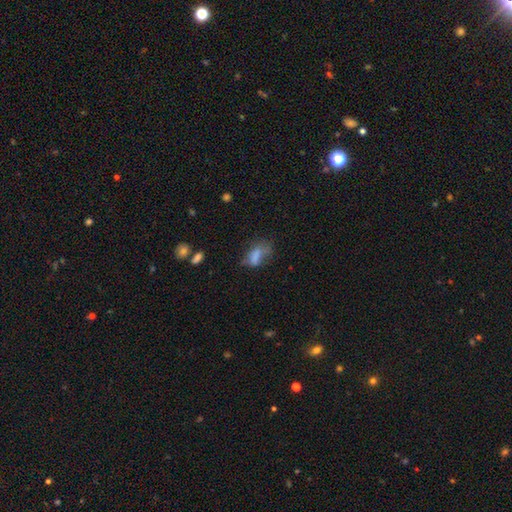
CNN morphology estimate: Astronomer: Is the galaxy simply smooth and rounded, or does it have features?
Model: smooth — 68%.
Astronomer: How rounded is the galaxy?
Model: in between — 84%.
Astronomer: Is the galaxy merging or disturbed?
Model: none — 32% (runner-up: major disturbance, 31%).